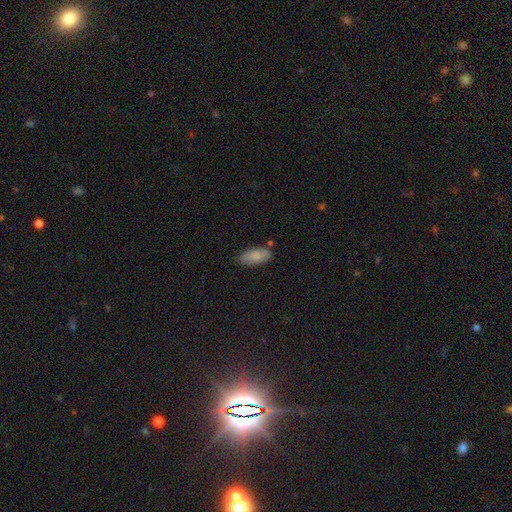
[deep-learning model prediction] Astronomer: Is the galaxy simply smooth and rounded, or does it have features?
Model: smooth — 84%.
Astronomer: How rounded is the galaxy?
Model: in between — 89%.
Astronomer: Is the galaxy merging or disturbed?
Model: none — 73%.